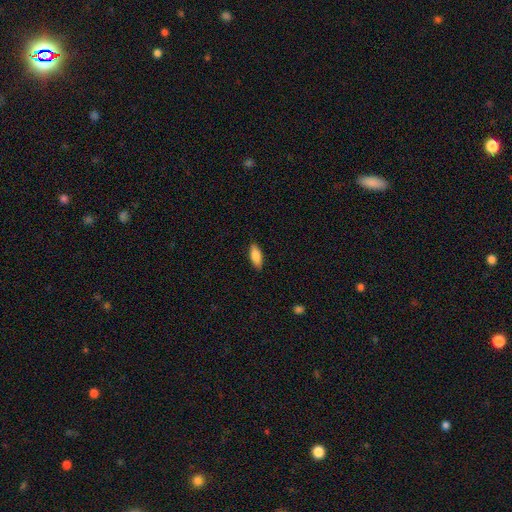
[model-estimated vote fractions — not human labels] Overall: smooth (84%). How rounded: in between (74%). Merging: none (87%).